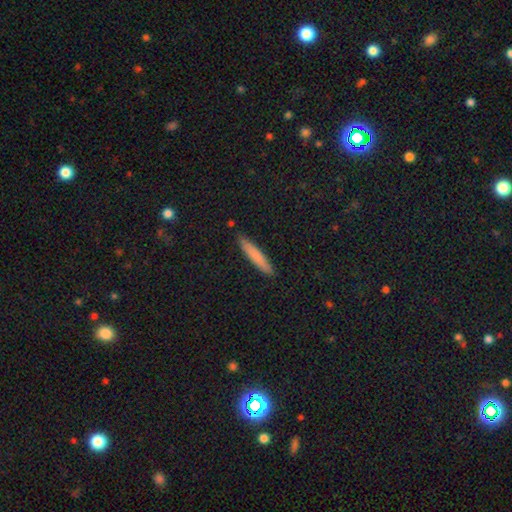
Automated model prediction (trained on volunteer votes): smooth_or_featured: smooth (p=0.78) [alt: featured or disk p=0.16]
how_rounded: cigar-shaped (p=0.93) [alt: in between p=0.06]
merging: none (p=0.90) [alt: minor disturbance p=0.07]